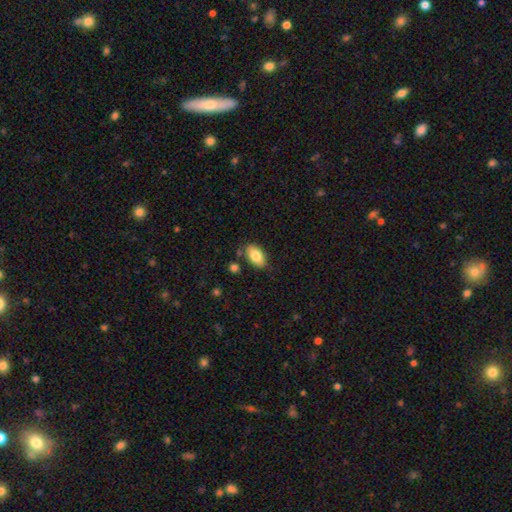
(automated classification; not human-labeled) Smooth or featured? smooth (83%)
How rounded? in between (93%)
Merging? none (76%)